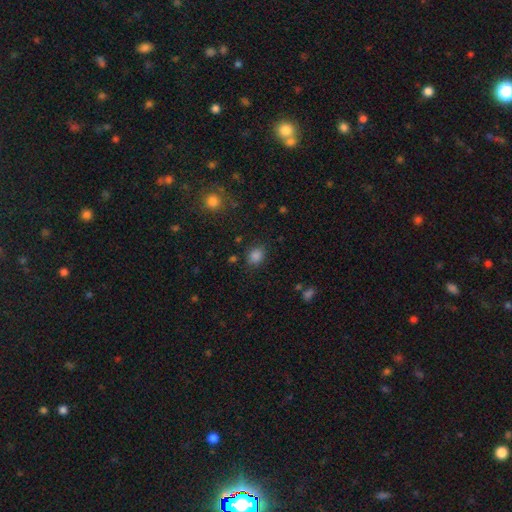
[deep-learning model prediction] Smooth or featured? Predicted: smooth (p=0.83). How rounded? Predicted: round (p=0.59). Merging? Predicted: none (p=0.82).